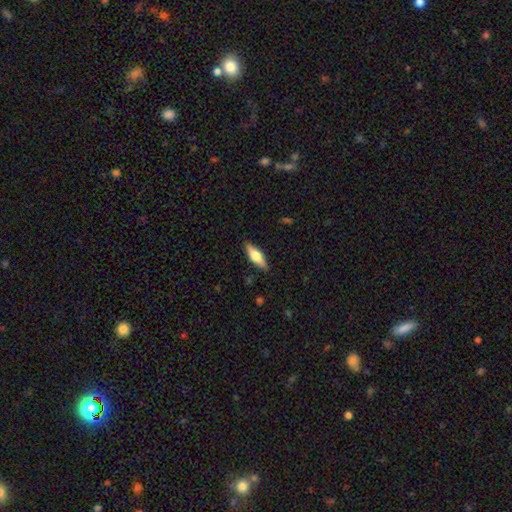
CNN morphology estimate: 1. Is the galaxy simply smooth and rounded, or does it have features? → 55% smooth, 39% featured or disk, 6% star or artifact.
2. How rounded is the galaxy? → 57% in between, 41% cigar-shaped, 3% round.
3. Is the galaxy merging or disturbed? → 87% none, 10% minor disturbance, 2% major disturbance, 1% merger.